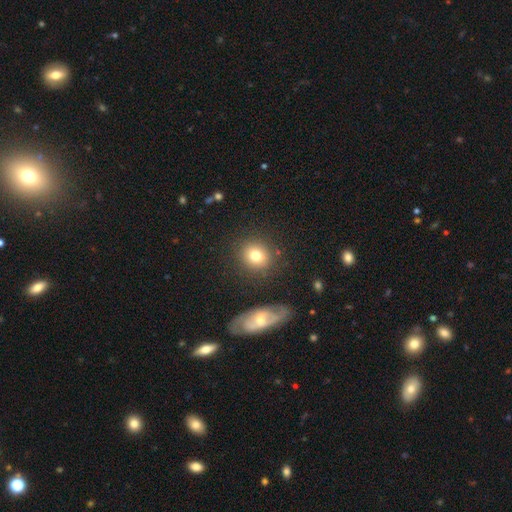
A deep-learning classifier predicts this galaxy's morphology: A smooth galaxy with no disk features (78%) that is round (78%).

Vote fractions:
- Smooth or featured? smooth: 78% / featured or disk: 12% / star or artifact: 10%
- How rounded? round: 78% / in between: 21% / cigar-shaped: 1%
- Merging? none: 81% / minor disturbance: 10% / merger: 5% / major disturbance: 4%